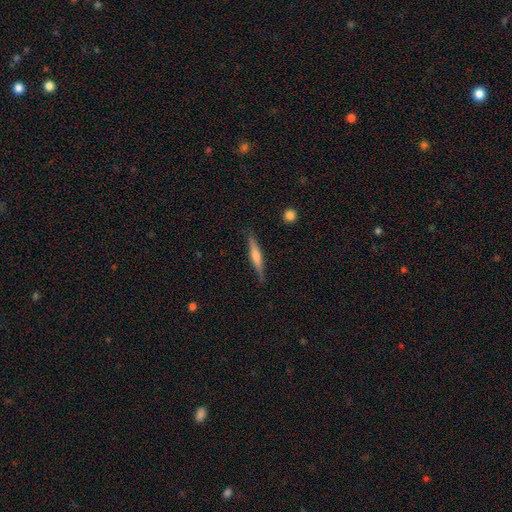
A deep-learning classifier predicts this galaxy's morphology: Smooth or featured? featured or disk (53%)
Edge-on disk? yes (96%)
Edge-on bulge? rounded (70%)
Merging? none (86%)